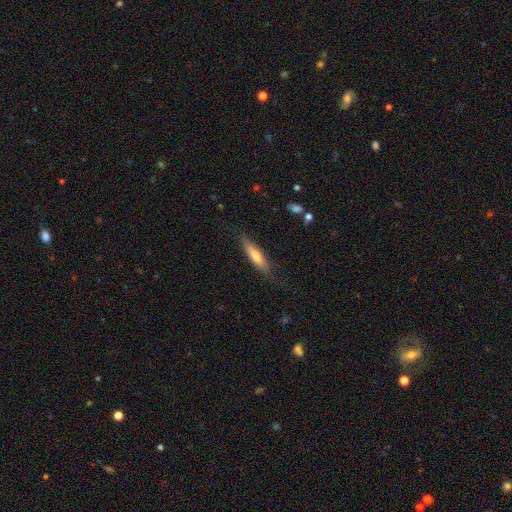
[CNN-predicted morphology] A smooth galaxy with no disk features (63%) that is cigar-shaped (78%). Merging: none (79%).